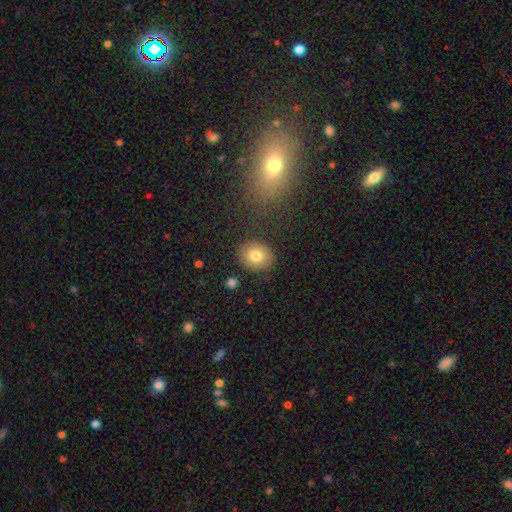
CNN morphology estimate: smooth 80%, featured or disk 11%, star or artifact 9%. Down the decision tree: how rounded — round (66%); merging — none (87%).